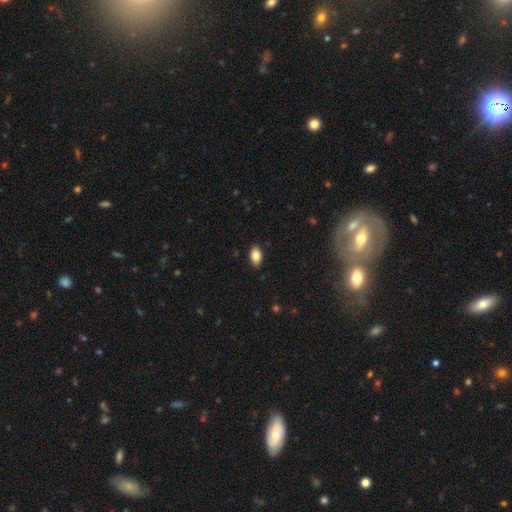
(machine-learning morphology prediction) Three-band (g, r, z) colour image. It shows a smooth galaxy with no disk features (85%) that is in between round and cigar-shaped (90%). Merging: none (87%).